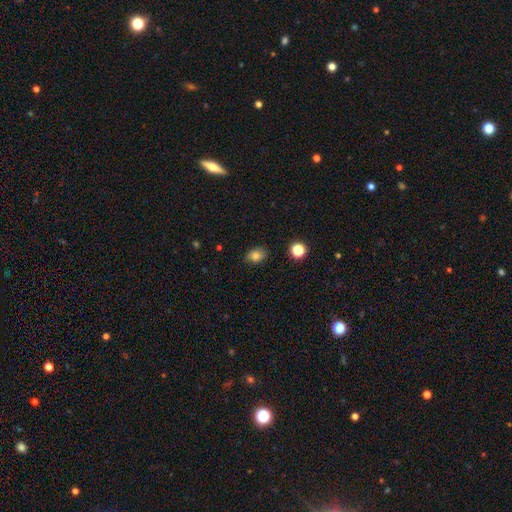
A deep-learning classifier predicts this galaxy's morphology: smooth-or-featured: smooth: 80% | star or artifact: 12% | featured or disk: 8%
  how-rounded: in between: 70% | round: 29% | cigar-shaped: 1%
  merging: none: 81% | minor disturbance: 15% | major disturbance: 3% | merger: 2%